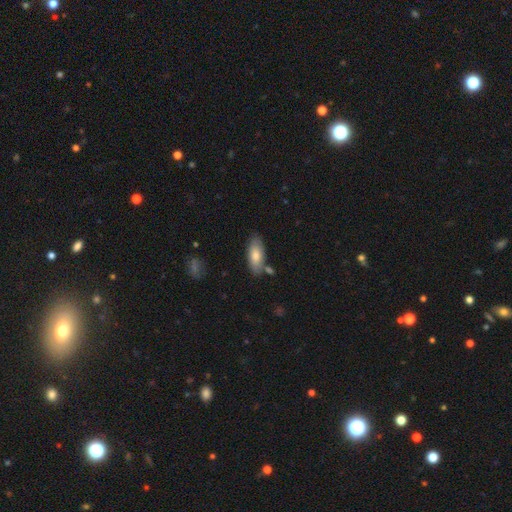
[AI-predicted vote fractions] This appears to be a smooth galaxy with no disk features (77%) that is in between round and cigar-shaped (84%). Merging: none (75%).